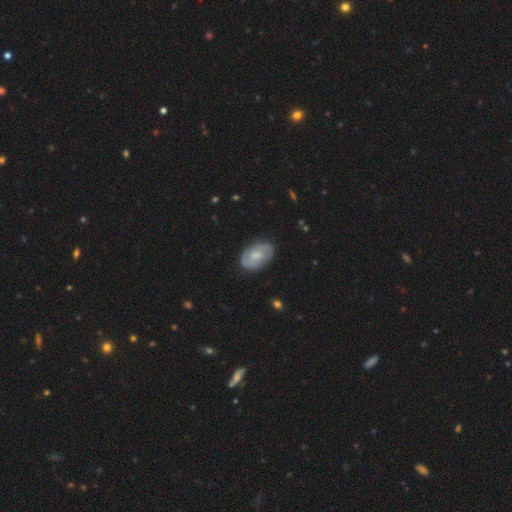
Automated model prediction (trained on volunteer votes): Morphology: type=featured or disk (61%); edge-on=no (96%); bar=no (55%); spiral arms=yes (86%); winding=tight (47%); arm count=2 (70%); bulge=small (43%); merging=none (80%).